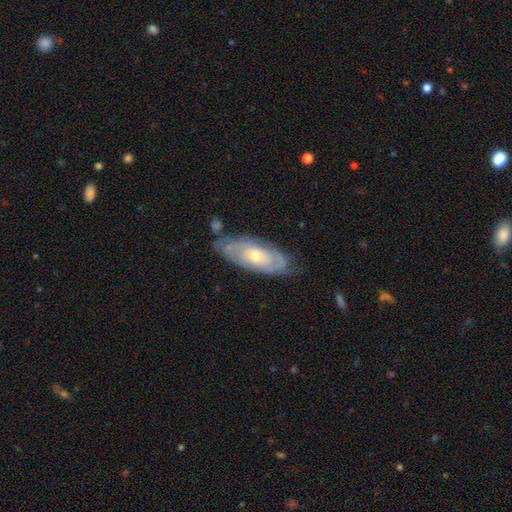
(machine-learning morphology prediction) Overall: featured or disk (71%). Edge-on disk: no (87%). Bar: no (76%). Spiral arms: yes (79%). Bulge size: moderate (56%; small 40%). Merging: none (66%).